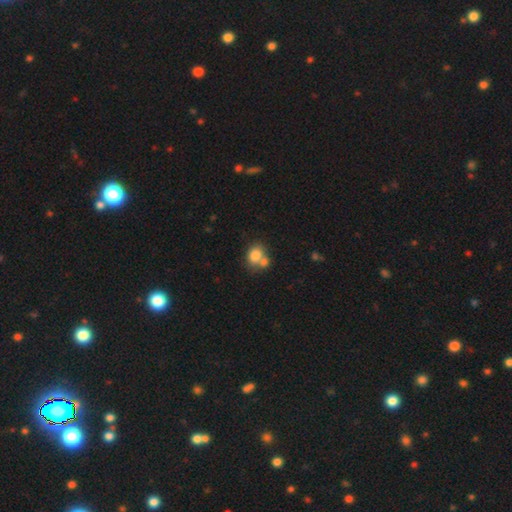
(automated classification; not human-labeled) Overall: smooth (80%). How rounded: round (52%; in between 47%). Merging: merger (45%; none 40%).